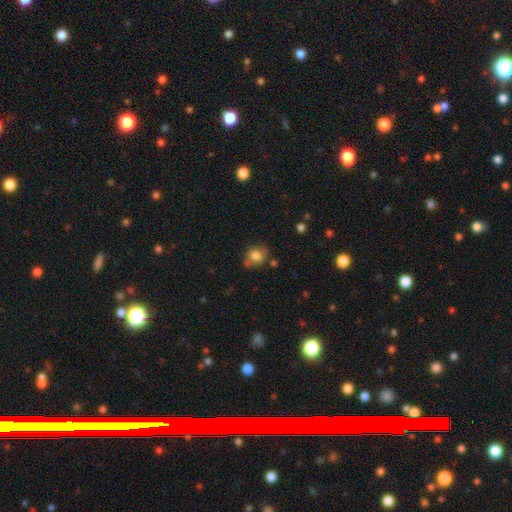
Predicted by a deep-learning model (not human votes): This is likely a smooth galaxy (78%). How rounded: likely round (67%). Merging: likely none (61%).